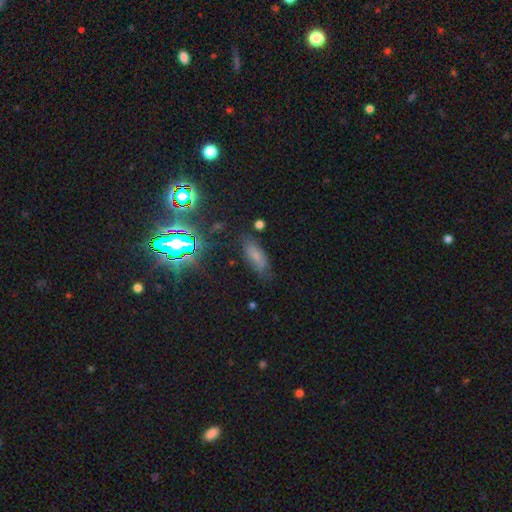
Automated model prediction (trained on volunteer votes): Smooth or featured? Predicted: smooth (p=0.61). How rounded? Predicted: in between (p=0.67). Merging? Predicted: none (p=0.70).